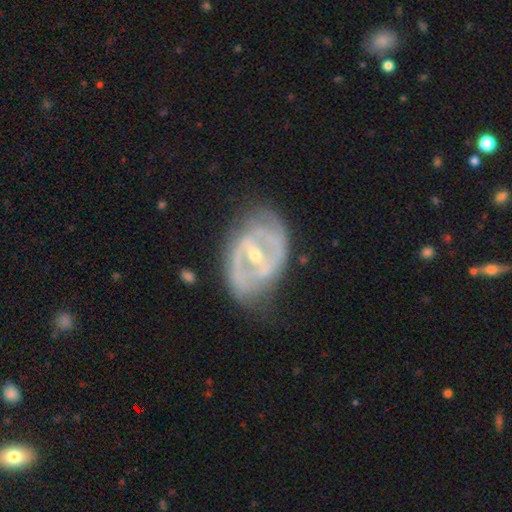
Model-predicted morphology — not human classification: Smooth or featured? featured or disk (84%)
Edge-on disk? no (95%)
Bar? strong (49%)
Spiral arms? yes (73%)
Spiral winding? tight (43%)
Spiral arm count? 2 (68%)
Bulge size? small (48%, tied with moderate)
Merging? none (63%)